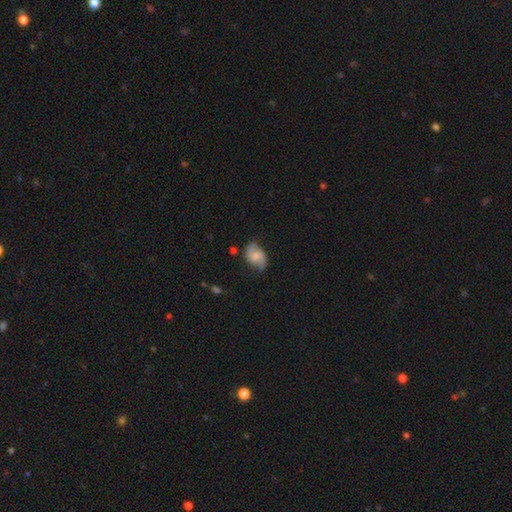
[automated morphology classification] Smooth or featured? Predicted: featured or disk (p=0.59). Edge-on disk? Predicted: no (p=0.97). Bar? Predicted: no (p=0.56). Spiral arms? Predicted: yes (p=0.91). Spiral winding? Predicted: loose (p=0.44). Spiral arm count? Predicted: 2 (p=0.88). Bulge size? Predicted: small (p=0.42). Merging? Predicted: none (p=0.67).